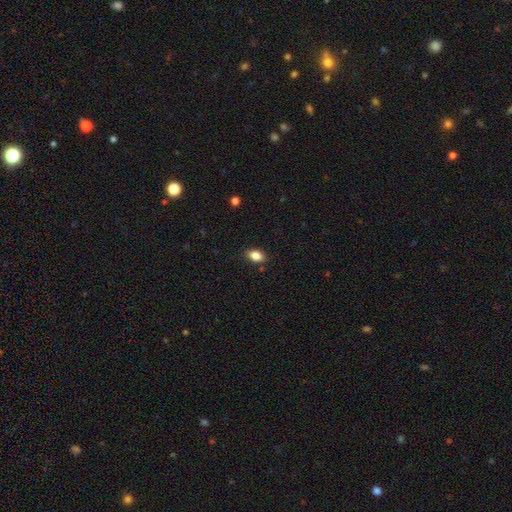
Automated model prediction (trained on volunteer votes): Smooth or featured: smooth — 85% (star or artifact — 9%)
How rounded: in between — 84% (round — 14%)
Merging: none — 86% (minor disturbance — 10%)